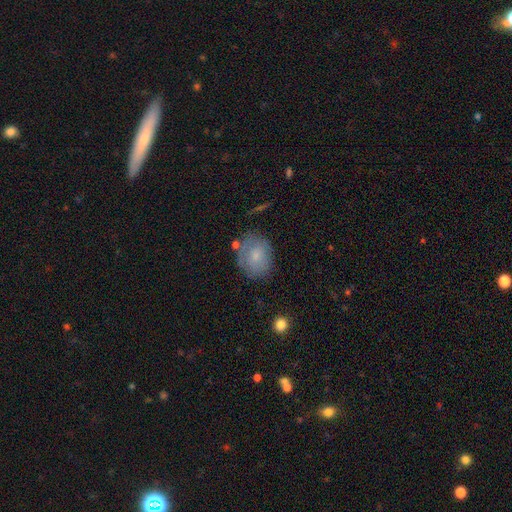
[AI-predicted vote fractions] Smooth or featured?
  - smooth: 70% *
  - featured or disk: 22%
  - star or artifact: 8%
How rounded?
  - round: 54% *
  - in between: 45%
  - cigar-shaped: 1%
Merging?
  - none: 69% *
  - minor disturbance: 20%
  - major disturbance: 6%
  - merger: 4%